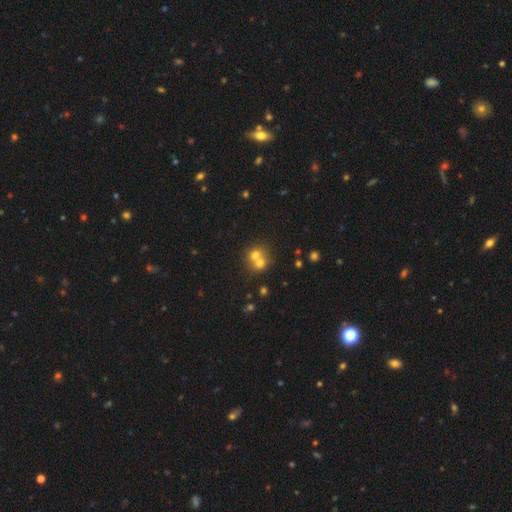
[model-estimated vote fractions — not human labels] A smooth galaxy with no disk features (67%) that is round (77%).

Vote fractions:
- Smooth or featured? smooth: 67% / featured or disk: 19% / star or artifact: 14%
- How rounded? round: 77% / in between: 22% / cigar-shaped: 1%
- Merging? merger: 64% / none: 29% / minor disturbance: 5% / major disturbance: 2%